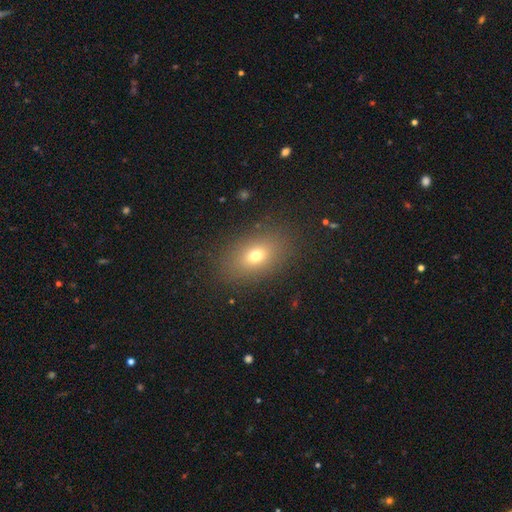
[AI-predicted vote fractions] Overall: smooth (71%). How rounded: in between (79%). Merging: none (86%).